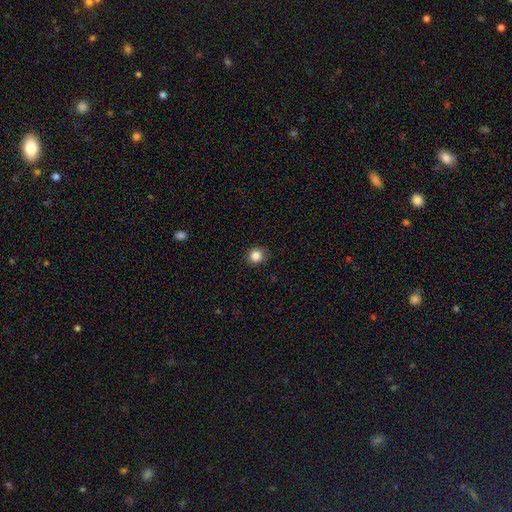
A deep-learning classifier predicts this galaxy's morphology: smooth 85%, star or artifact 11%, featured or disk 4%. Down the decision tree: how rounded — round (87%); merging — none (89%).